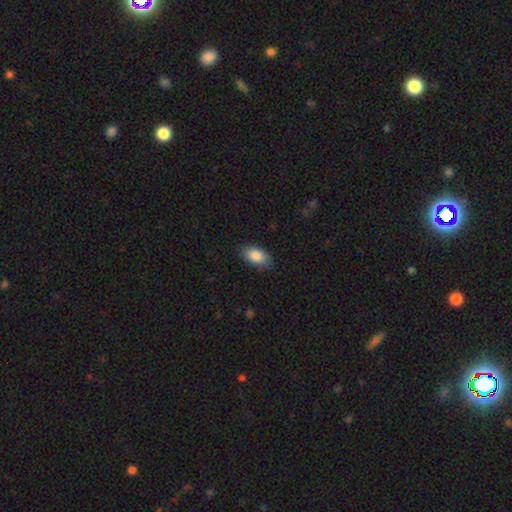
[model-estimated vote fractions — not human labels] The model was most divided on "merging": none: 82%, minor disturbance: 14%, major disturbance: 3%, merger: 1%. More confident: how rounded — in between (92%); smooth or featured — smooth (88%).